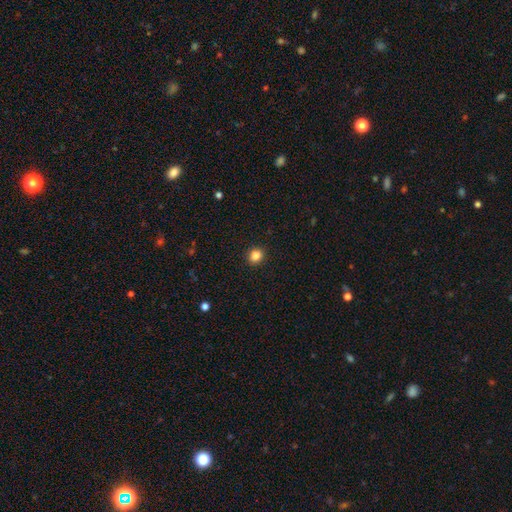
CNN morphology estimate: A smooth galaxy with no disk features (85%) that is round (78%).

Vote fractions:
- Smooth or featured? smooth: 85% / star or artifact: 11% / featured or disk: 4%
- How rounded? round: 78% / in between: 21% / cigar-shaped: 1%
- Merging? none: 91% / minor disturbance: 6% / major disturbance: 2% / merger: 1%